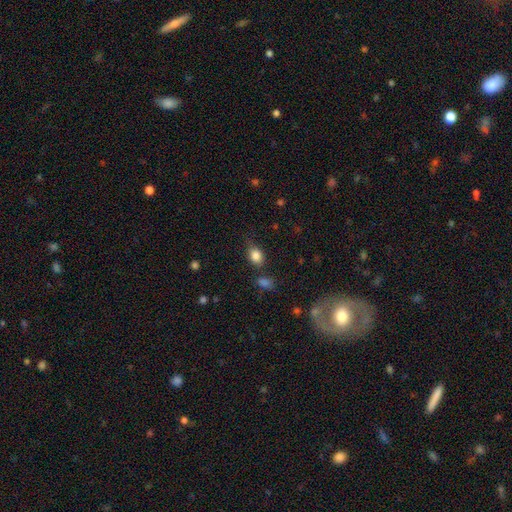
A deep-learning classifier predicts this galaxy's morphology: smooth_or_featured: smooth (p=0.84) [alt: star or artifact p=0.10]
how_rounded: in between (p=0.62) [alt: round p=0.36]
merging: none (p=0.63) [alt: minor disturbance p=0.24]